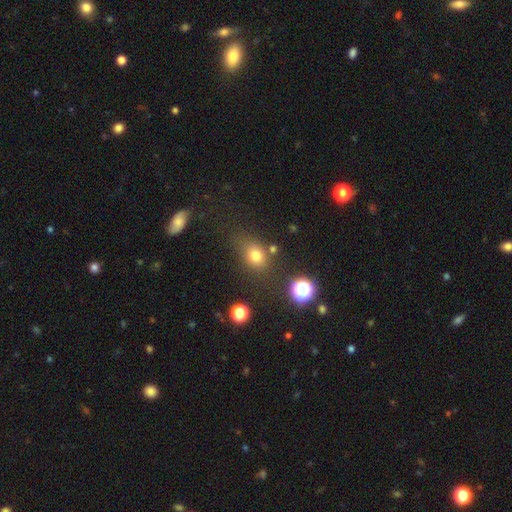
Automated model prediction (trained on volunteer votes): Smooth or featured? smooth (74%)
How rounded? round (51%)
Merging? none (68%)